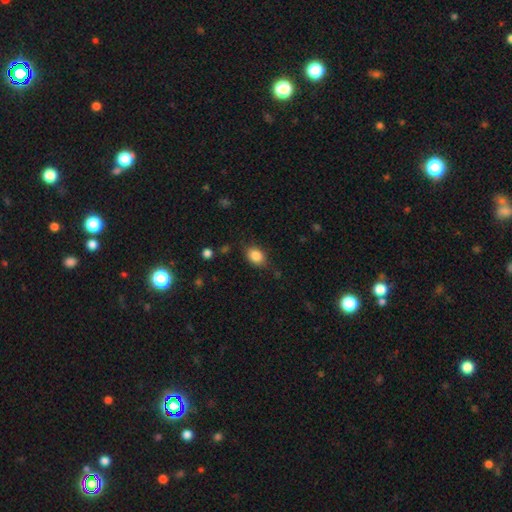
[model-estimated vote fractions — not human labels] Smooth or featured?
  - smooth: 85% *
  - star or artifact: 9%
  - featured or disk: 6%
How rounded?
  - in between: 72% *
  - round: 27%
  - cigar-shaped: 1%
Merging?
  - none: 79% *
  - minor disturbance: 16%
  - major disturbance: 4%
  - merger: 2%